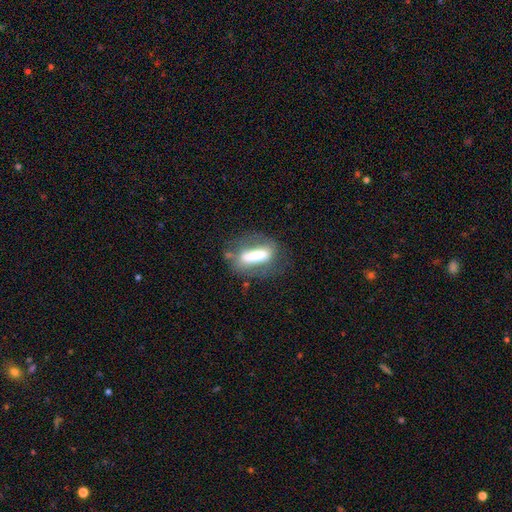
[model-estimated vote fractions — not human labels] Smooth or featured: smooth — 58% (featured or disk — 33%)
How rounded: cigar-shaped — 52% (in between — 44%)
Merging: none — 60% (minor disturbance — 20%)